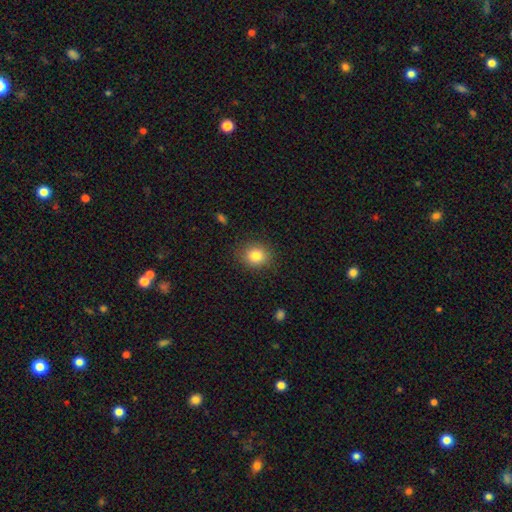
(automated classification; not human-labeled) Smooth or featured? smooth (82%)
How rounded? round (70%)
Merging? none (86%)